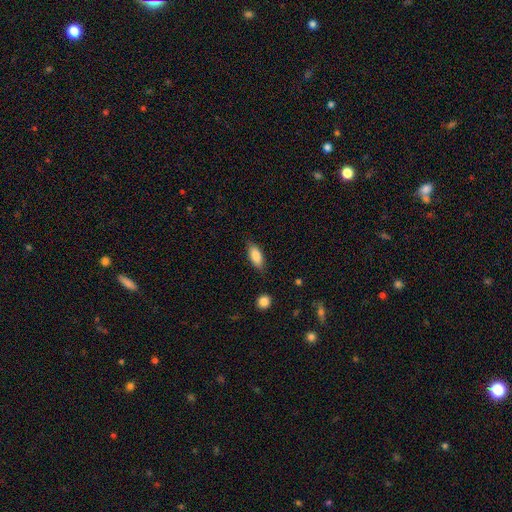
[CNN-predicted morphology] A smooth galaxy with no disk features (84%) that is in between round and cigar-shaped (81%).

Vote fractions:
- Smooth or featured? smooth: 84% / featured or disk: 10% / star or artifact: 7%
- How rounded? in between: 81% / cigar-shaped: 16% / round: 2%
- Merging? none: 82% / minor disturbance: 13% / major disturbance: 3% / merger: 2%